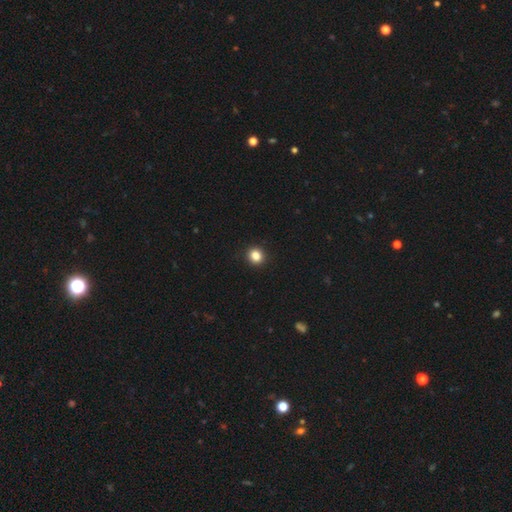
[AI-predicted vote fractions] A smooth galaxy with no disk features (86%) that is round (82%).

Vote fractions:
- Smooth or featured? smooth: 86% / star or artifact: 11% / featured or disk: 3%
- How rounded? round: 82% / in between: 17% / cigar-shaped: 1%
- Merging? none: 92% / minor disturbance: 5% / major disturbance: 2% / merger: 1%